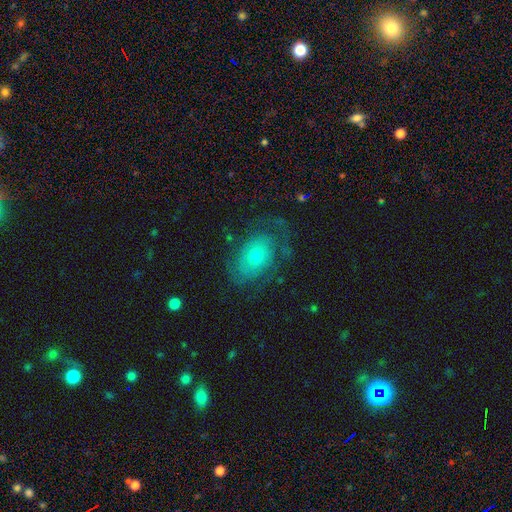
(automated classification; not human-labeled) Smooth or featured?
  - featured or disk: 62% *
  - smooth: 29%
  - star or artifact: 8%
Edge-on disk?
  - no: 95% *
  - yes: 5%
Bar?
  - no: 82% *
  - weak: 15%
  - strong: 3%
Spiral arms?
  - yes: 72% *
  - no: 28%
Bulge size?
  - moderate: 52% *
  - small: 42%
  - large: 3%
  - none: 1%
  - dominant: 1%
Merging?
  - none: 58% *
  - minor disturbance: 21%
  - major disturbance: 20%
  - merger: 2%